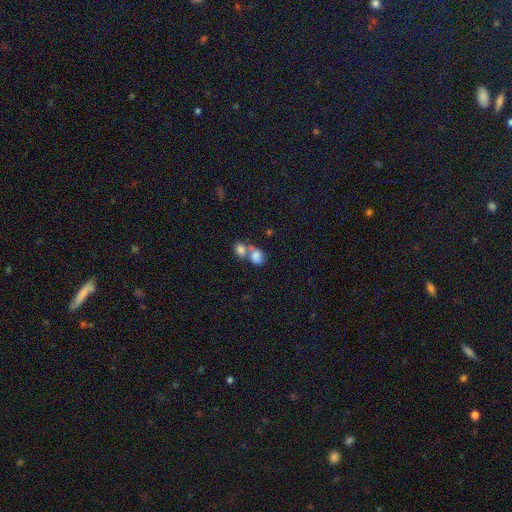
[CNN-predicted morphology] Smooth or featured: smooth — 76% (featured or disk — 15%)
How rounded: in between — 58% (round — 41%)
Merging: merger — 70% (none — 18%)